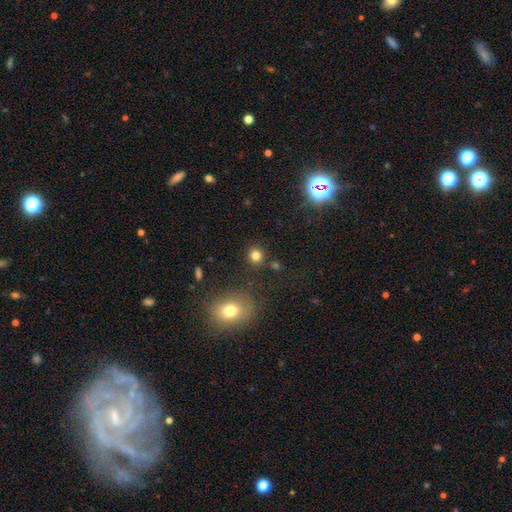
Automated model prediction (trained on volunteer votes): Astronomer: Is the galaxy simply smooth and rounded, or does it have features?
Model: smooth — 80%.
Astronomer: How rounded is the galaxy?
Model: round — 86%.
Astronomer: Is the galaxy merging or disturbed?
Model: none — 84%.